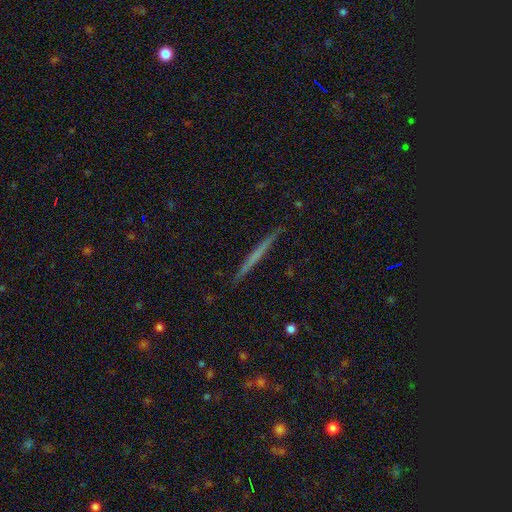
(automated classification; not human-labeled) Smooth or featured? Predicted: featured or disk (p=0.52). Edge-on disk? Predicted: yes (p=0.98). Edge-on bulge? Predicted: none (p=0.89). Merging? Predicted: none (p=0.91).